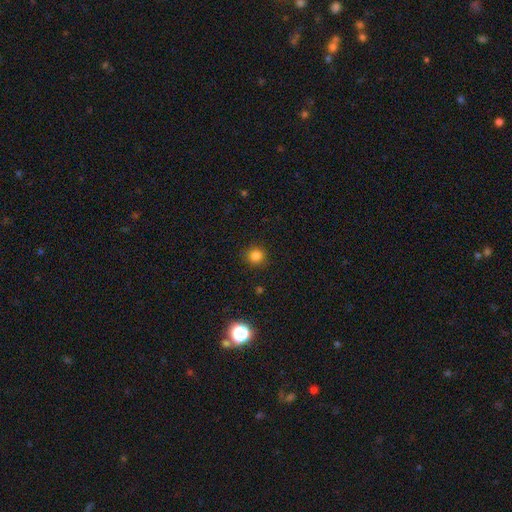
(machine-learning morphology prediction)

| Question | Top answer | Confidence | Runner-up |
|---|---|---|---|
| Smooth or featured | smooth | 82% | star or artifact (14%) |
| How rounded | round | 89% | in between (10%) |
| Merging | none | 87% | minor disturbance (9%) |